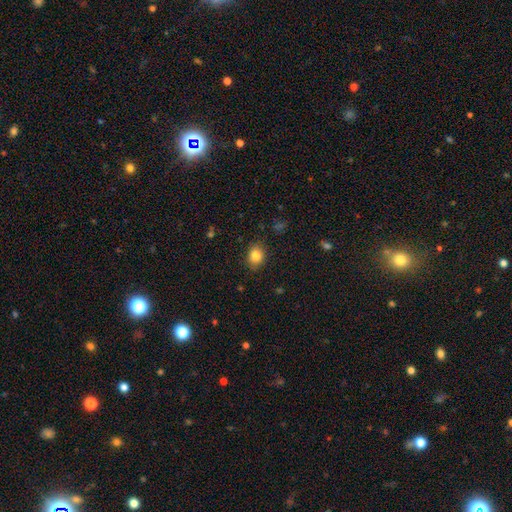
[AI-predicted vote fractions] Smooth or featured: smooth — 83% (star or artifact — 10%)
How rounded: in between — 51% (round — 49%)
Merging: none — 87% (minor disturbance — 10%)